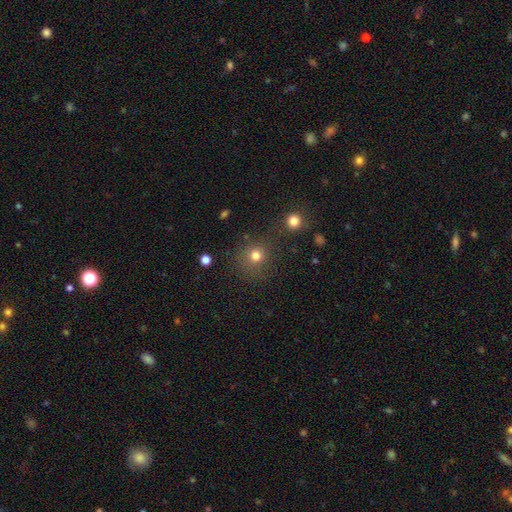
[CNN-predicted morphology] Smooth or featured?
  - smooth: 77% *
  - star or artifact: 17%
  - featured or disk: 7%
How rounded?
  - round: 89% *
  - in between: 10%
  - cigar-shaped: 1%
Merging?
  - none: 74% *
  - minor disturbance: 11%
  - merger: 9%
  - major disturbance: 6%